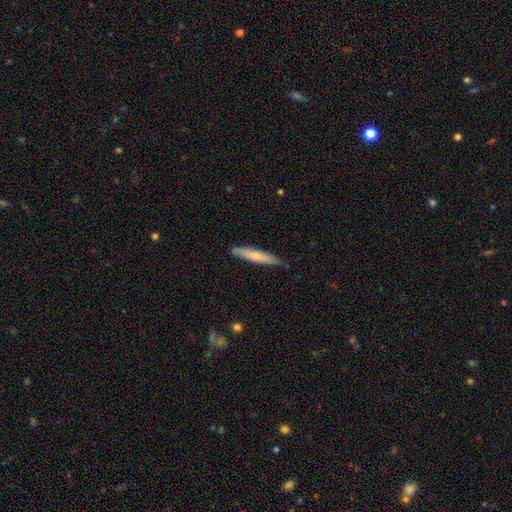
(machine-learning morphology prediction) Smooth or featured? smooth (65%)
How rounded? cigar-shaped (91%)
Merging? none (82%)